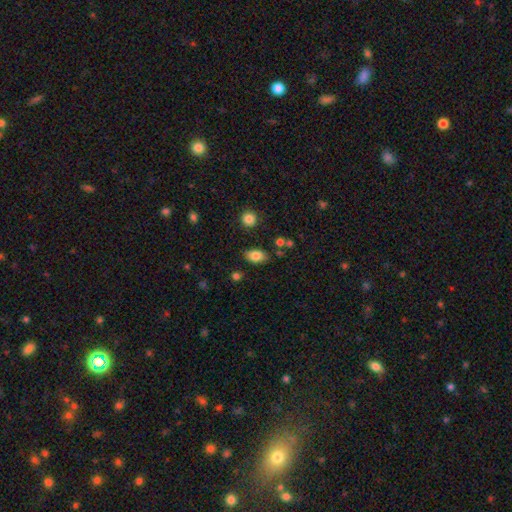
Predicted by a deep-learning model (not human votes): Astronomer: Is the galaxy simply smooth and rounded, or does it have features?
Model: smooth — 82%.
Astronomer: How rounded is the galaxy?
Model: in between — 87%.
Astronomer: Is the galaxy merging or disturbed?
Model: none — 81%.